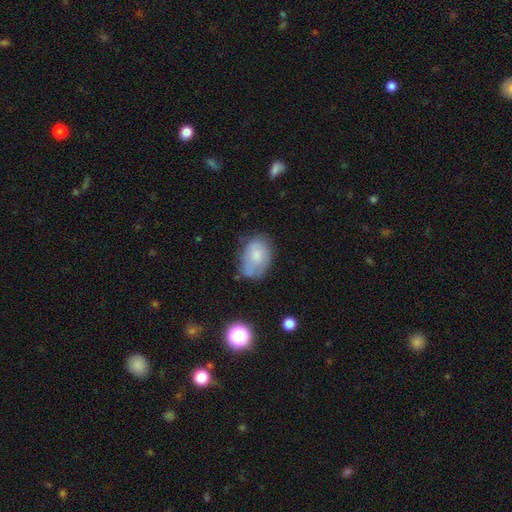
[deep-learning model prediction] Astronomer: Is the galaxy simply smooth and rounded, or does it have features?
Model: smooth — 69%.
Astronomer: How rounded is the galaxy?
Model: in between — 81%.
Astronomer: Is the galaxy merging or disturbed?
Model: none — 48% (runner-up: minor disturbance, 33%).